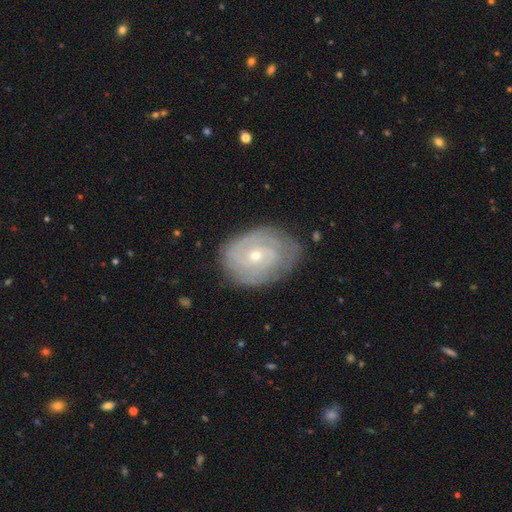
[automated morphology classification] This is clearly a featured or disk galaxy (81%). It is clearly not viewed edge-on (96%). Bar: likely no (65%). Spiral arm pattern: clearly yes (92%). Spiral arm count: marginally can't tell (37%). Spiral winding: likely tight (74%). Central bulge: possibly small (59%). Merging: likely none (75%).